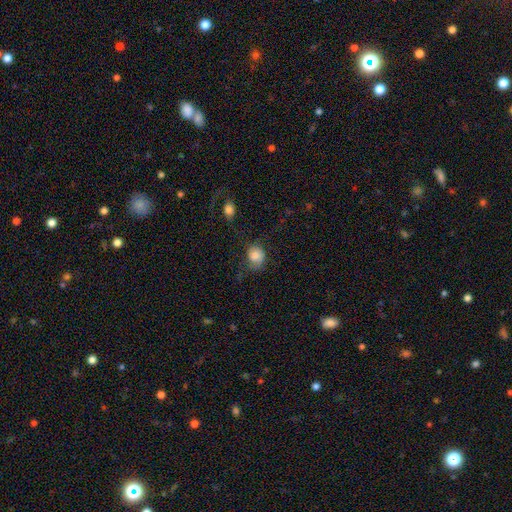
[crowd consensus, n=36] A smooth galaxy with no disk features (83%) that is round (70%).

Vote fractions:
- Smooth or featured? smooth: 83% / featured or disk: 14% / star or artifact: 3%
- How rounded? round: 70% / in between: 30% / cigar-shaped: 0%
- Merging? none: 40% (tied) / minor disturbance: 40% (tied) / major disturbance: 20% / merger: 0%